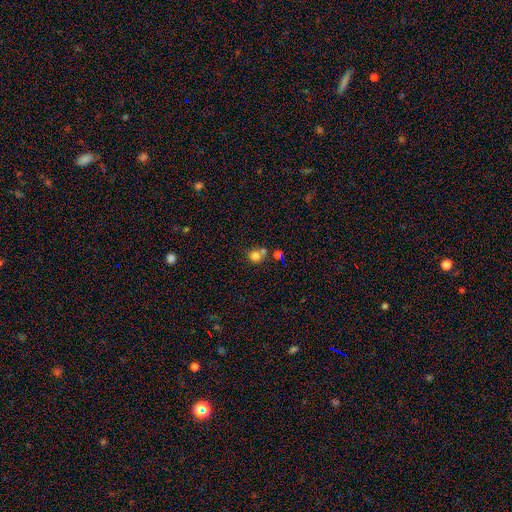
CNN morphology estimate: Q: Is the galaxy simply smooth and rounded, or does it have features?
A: smooth — 76%.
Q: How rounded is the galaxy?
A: round — 82%.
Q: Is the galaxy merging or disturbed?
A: none — 50%.